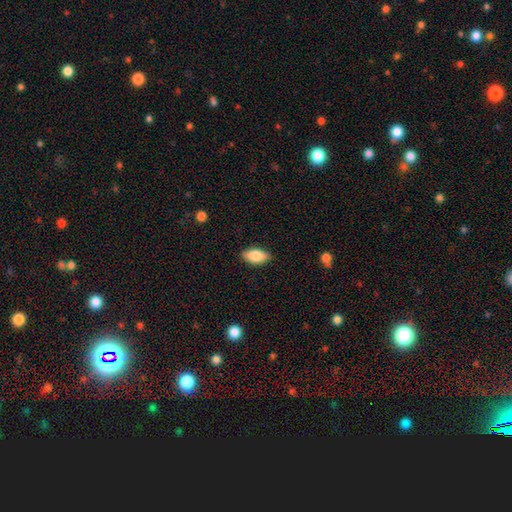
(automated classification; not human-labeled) Smooth or featured?
  - smooth: 83% *
  - featured or disk: 11%
  - star or artifact: 7%
How rounded?
  - in between: 90% *
  - cigar-shaped: 6%
  - round: 4%
Merging?
  - none: 86% *
  - minor disturbance: 11%
  - major disturbance: 2%
  - merger: 1%